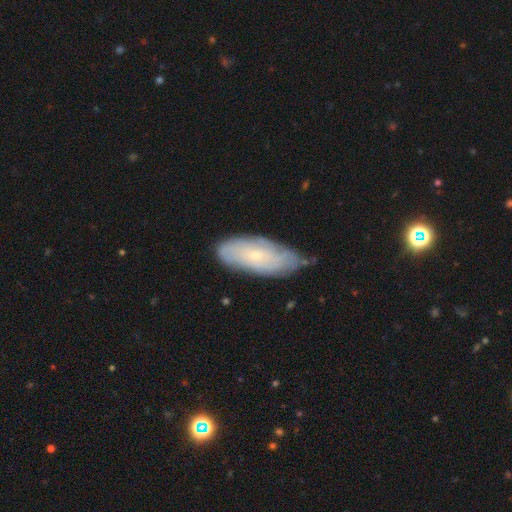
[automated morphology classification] A featured or disk galaxy (50%).

Vote fractions:
- Smooth or featured? featured or disk: 50% / smooth: 43% / star or artifact: 7%
- Merging? none: 60% / minor disturbance: 31% / major disturbance: 6% / merger: 2%